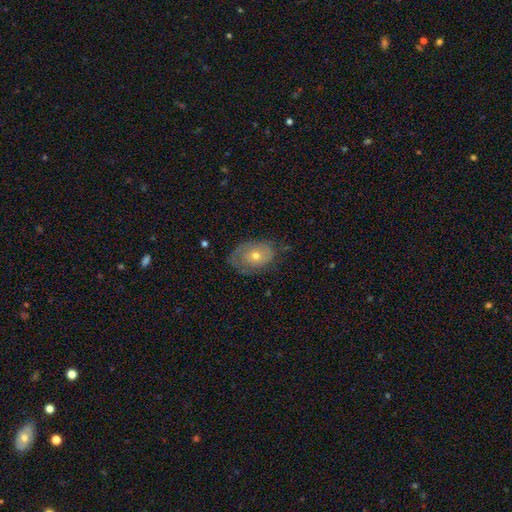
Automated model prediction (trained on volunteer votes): The model was most divided on "smooth or featured": smooth: 48%, featured or disk: 44%, star or artifact: 8%. More confident: merging — none (60%).